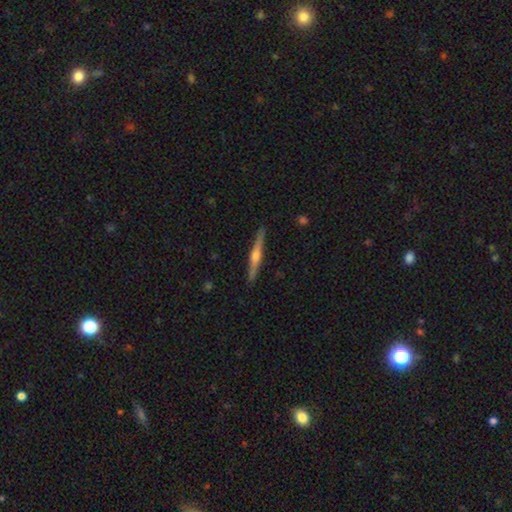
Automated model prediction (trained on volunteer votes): This appears to be a featured or disk galaxy (72%) viewed edge-on (98%) with a rounded central bulge (90%). Merging: none (91%).